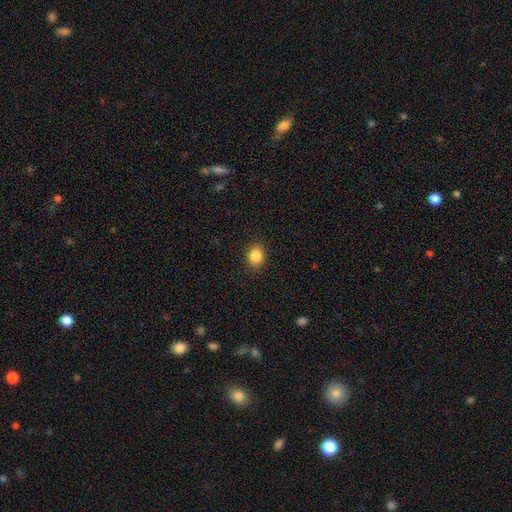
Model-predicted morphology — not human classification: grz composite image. It shows a smooth galaxy with no disk features (86%) that is round (57%). Merging: none (90%).